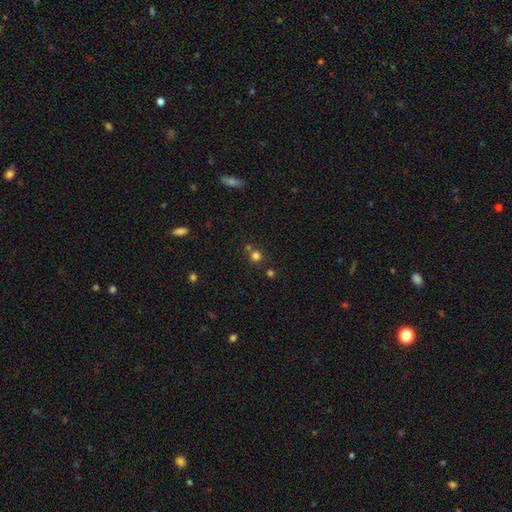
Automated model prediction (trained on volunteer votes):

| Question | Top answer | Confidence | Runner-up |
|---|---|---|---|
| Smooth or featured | smooth | 75% | star or artifact (19%) |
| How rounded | round | 91% | in between (8%) |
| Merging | none | 67% | merger (22%) |